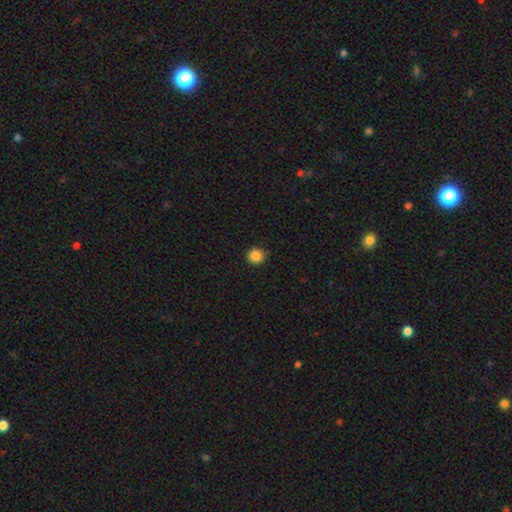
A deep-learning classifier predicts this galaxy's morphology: Smooth or featured?
  - smooth: 87% *
  - star or artifact: 10%
  - featured or disk: 3%
How rounded?
  - round: 93% *
  - in between: 6%
  - cigar-shaped: 1%
Merging?
  - none: 90% *
  - minor disturbance: 8%
  - major disturbance: 2%
  - merger: 1%